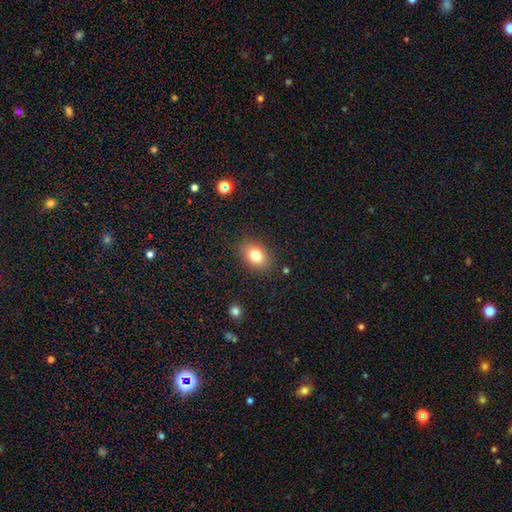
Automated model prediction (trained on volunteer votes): smooth-or-featured: smooth: 81% | star or artifact: 10% | featured or disk: 9%
  how-rounded: in between: 73% | round: 26% | cigar-shaped: 1%
  merging: none: 85% | minor disturbance: 10% | major disturbance: 3% | merger: 1%